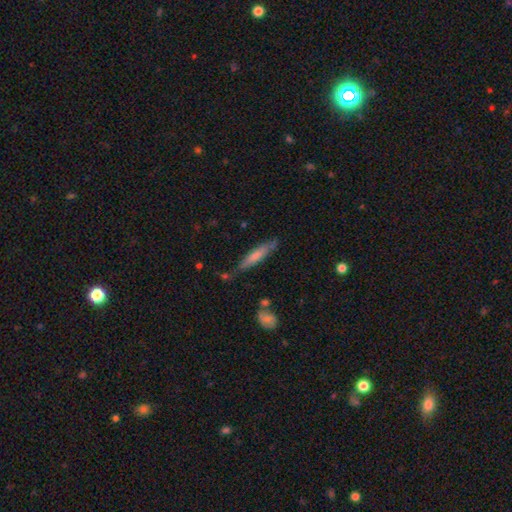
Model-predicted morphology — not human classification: smooth-or-featured: smooth: 65% | featured or disk: 29% | star or artifact: 6%
  how-rounded: cigar-shaped: 87% | in between: 11% | round: 1%
  merging: none: 74% | minor disturbance: 19% | merger: 4% | major disturbance: 4%